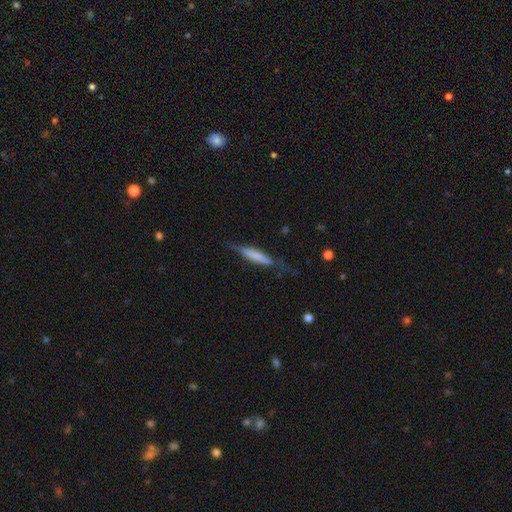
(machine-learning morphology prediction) Smooth or featured?
  - smooth: 54% *
  - featured or disk: 40%
  - star or artifact: 6%
How rounded?
  - cigar-shaped: 90% *
  - in between: 9%
  - round: 2%
Merging?
  - none: 69% *
  - minor disturbance: 22%
  - major disturbance: 7%
  - merger: 2%